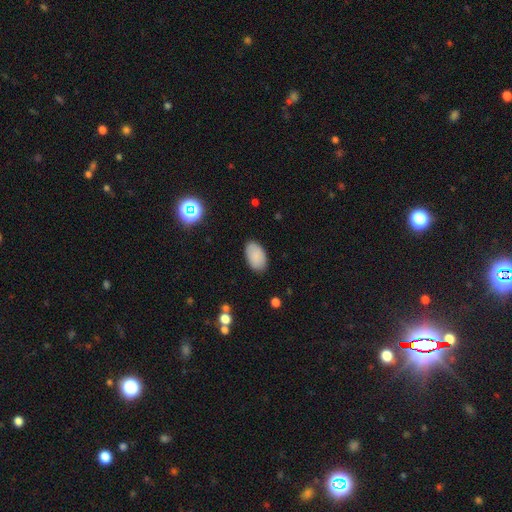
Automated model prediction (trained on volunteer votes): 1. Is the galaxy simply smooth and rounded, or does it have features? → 86% smooth, 7% star or artifact, 7% featured or disk.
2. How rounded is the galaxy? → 94% in between, 4% round, 1% cigar-shaped.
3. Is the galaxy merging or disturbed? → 86% none, 10% minor disturbance, 2% major disturbance, 1% merger.